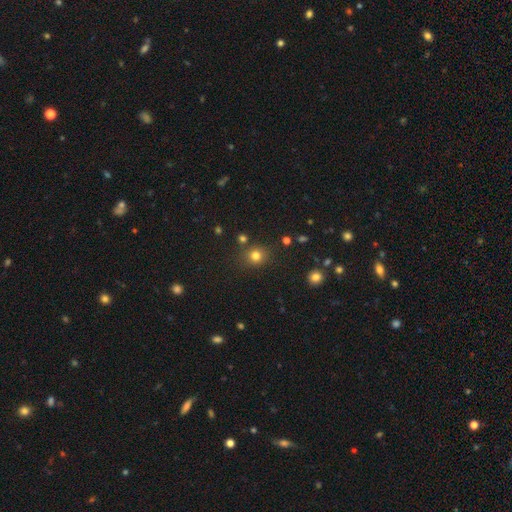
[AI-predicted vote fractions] Morphology: type=smooth (78%); roundness=round (83%); merging=none (80%).